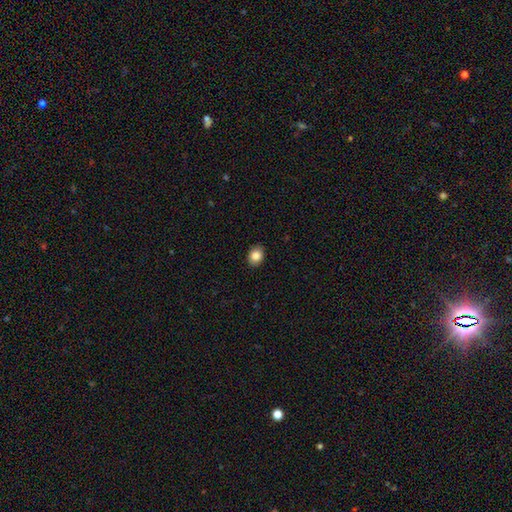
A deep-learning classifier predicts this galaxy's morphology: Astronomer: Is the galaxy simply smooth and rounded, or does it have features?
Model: smooth — 85%.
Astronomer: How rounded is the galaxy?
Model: round — 51% (runner-up: in between, 48%).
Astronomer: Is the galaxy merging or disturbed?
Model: none — 89%.